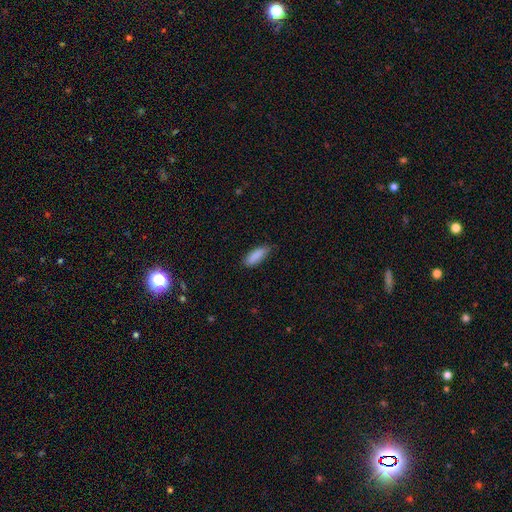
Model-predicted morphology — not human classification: A smooth galaxy with no disk features (89%) that is in between round and cigar-shaped (64%).

Vote fractions:
- Smooth or featured? smooth: 89% / star or artifact: 6% / featured or disk: 5%
- How rounded? in between: 64% / cigar-shaped: 34% / round: 2%
- Merging? none: 76% / minor disturbance: 20% / major disturbance: 3% / merger: 1%